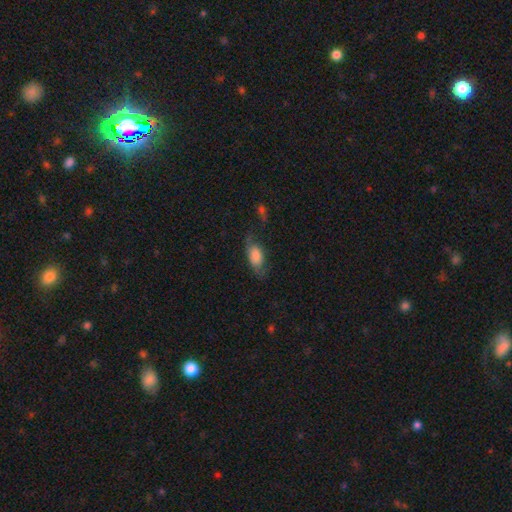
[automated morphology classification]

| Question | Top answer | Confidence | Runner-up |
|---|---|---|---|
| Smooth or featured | smooth | 75% | featured or disk (18%) |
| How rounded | in between | 87% | cigar-shaped (9%) |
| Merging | none | 51% | minor disturbance (27%) |